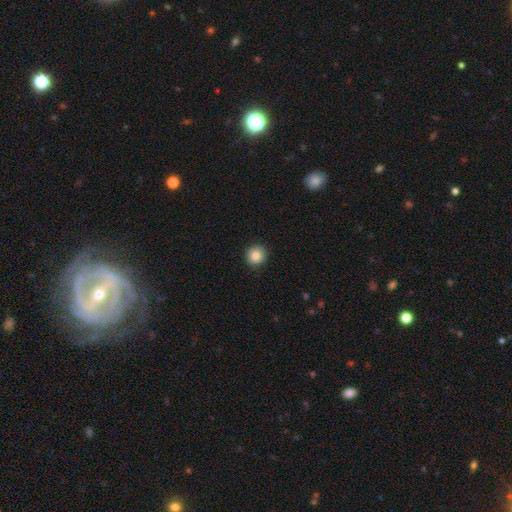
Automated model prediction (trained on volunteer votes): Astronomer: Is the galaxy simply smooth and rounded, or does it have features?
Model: smooth — 86%.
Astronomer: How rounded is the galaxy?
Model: round — 92%.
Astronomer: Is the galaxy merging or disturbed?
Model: none — 91%.